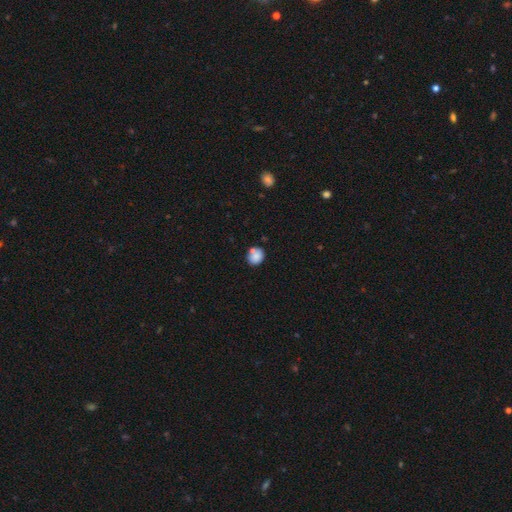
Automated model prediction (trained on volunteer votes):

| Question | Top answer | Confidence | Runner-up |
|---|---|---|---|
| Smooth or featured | smooth | 83% | star or artifact (9%) |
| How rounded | round | 70% | in between (29%) |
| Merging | none | 61% | merger (18%) |